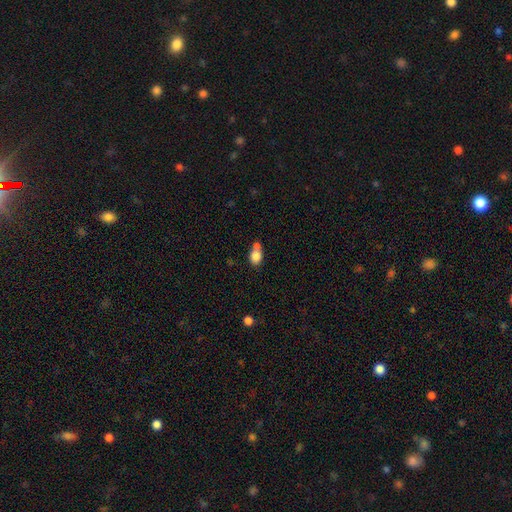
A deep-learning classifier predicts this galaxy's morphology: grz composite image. It shows a smooth galaxy with no disk features (81%) that is in between round and cigar-shaped (61%). Merging: merger (48%).